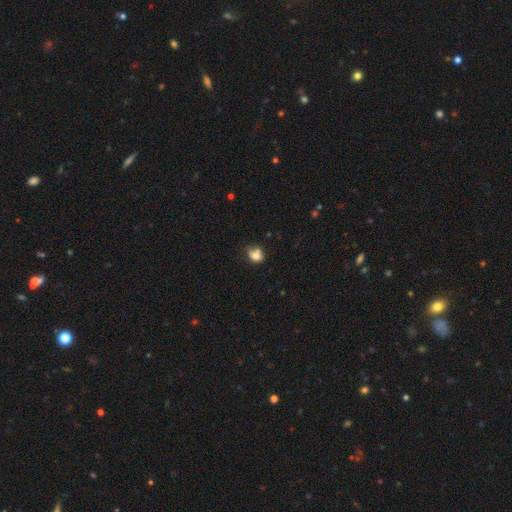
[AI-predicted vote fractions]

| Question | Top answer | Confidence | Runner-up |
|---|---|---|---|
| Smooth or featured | smooth | 72% | featured or disk (16%) |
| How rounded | round | 60% | in between (39%) |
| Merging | none | 42% | minor disturbance (25%) |